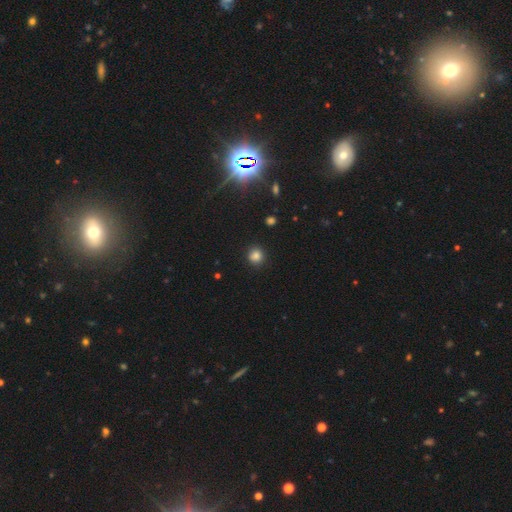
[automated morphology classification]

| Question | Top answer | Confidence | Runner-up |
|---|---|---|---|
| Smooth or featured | smooth | 82% | star or artifact (14%) |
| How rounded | round | 89% | in between (10%) |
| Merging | none | 87% | minor disturbance (8%) |